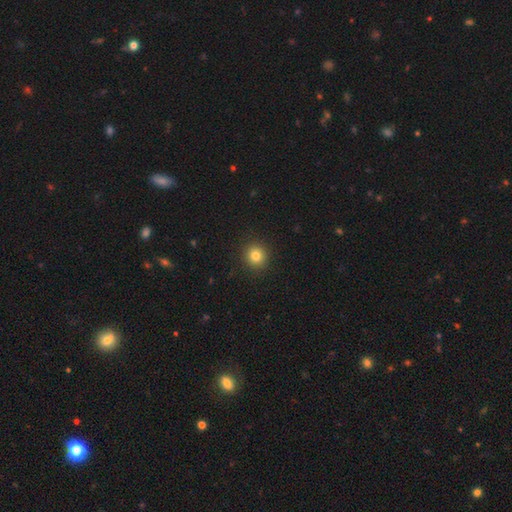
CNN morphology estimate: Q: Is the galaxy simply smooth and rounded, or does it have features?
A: smooth — 82%.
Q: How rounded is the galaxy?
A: round — 92%.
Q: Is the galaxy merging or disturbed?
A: none — 92%.